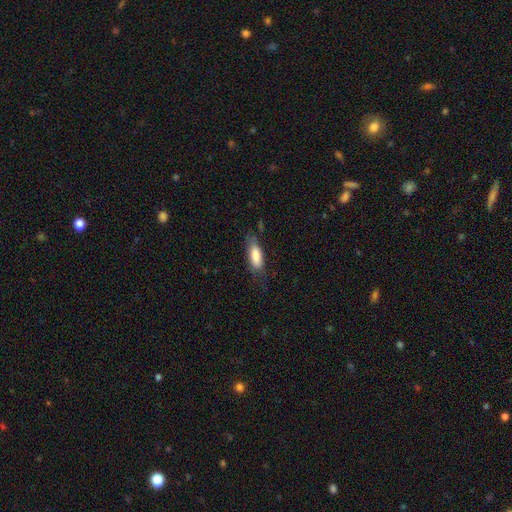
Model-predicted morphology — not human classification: smooth 79%, featured or disk 14%, star or artifact 7%. Down the decision tree: how rounded — in between (68%); merging — none (60%).